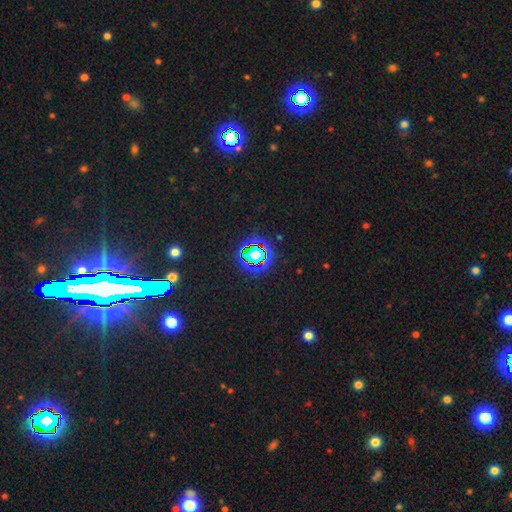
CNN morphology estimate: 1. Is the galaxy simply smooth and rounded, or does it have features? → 72% star or artifact, 17% smooth, 11% featured or disk.